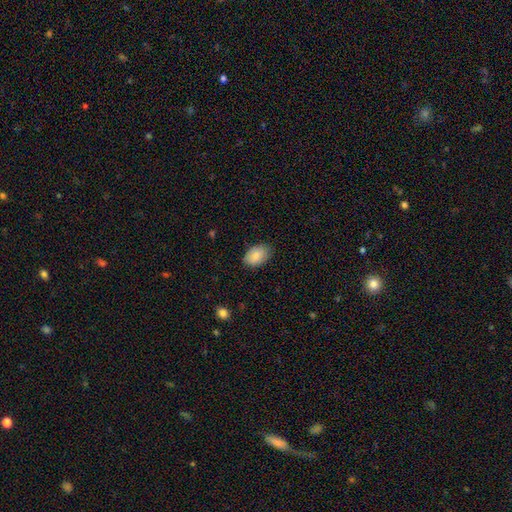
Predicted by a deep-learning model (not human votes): Morphology: type=smooth (86%); roundness=in between (89%); merging=none (80%).